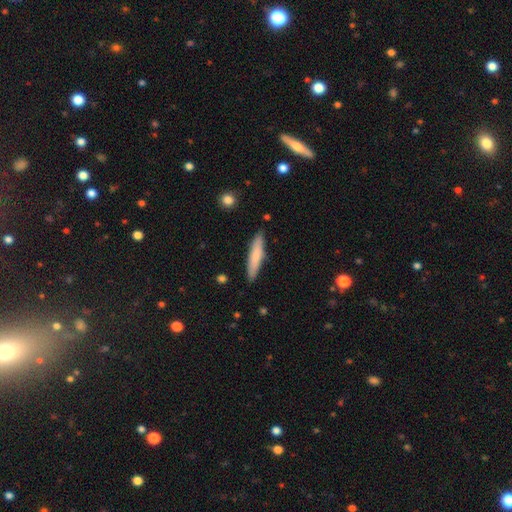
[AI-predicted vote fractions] The model was most divided on "smooth or featured": smooth: 74%, featured or disk: 21%, star or artifact: 5%. More confident: how rounded — cigar-shaped (88%); merging — none (88%).